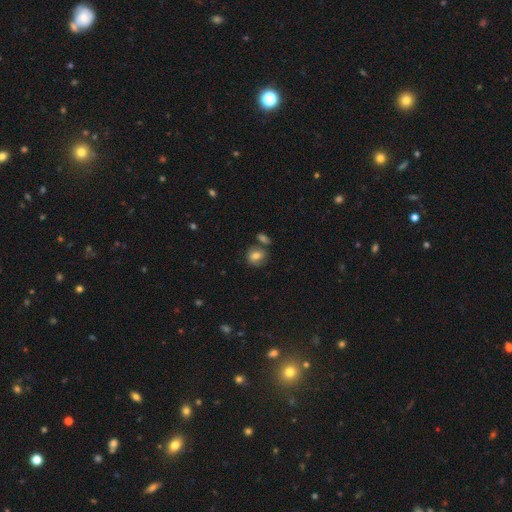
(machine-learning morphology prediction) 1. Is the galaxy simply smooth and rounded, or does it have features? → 67% smooth, 22% featured or disk, 10% star or artifact.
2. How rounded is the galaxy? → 54% round, 44% in between, 1% cigar-shaped.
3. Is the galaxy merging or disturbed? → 57% none, 19% minor disturbance, 17% merger, 7% major disturbance.